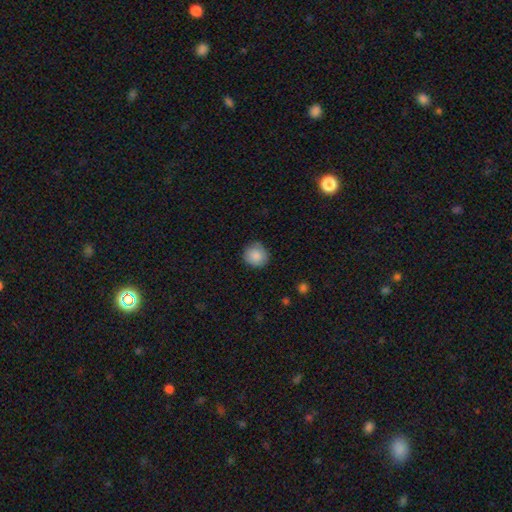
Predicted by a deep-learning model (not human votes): Overall: smooth (88%). How rounded: round (92%). Merging: none (86%).